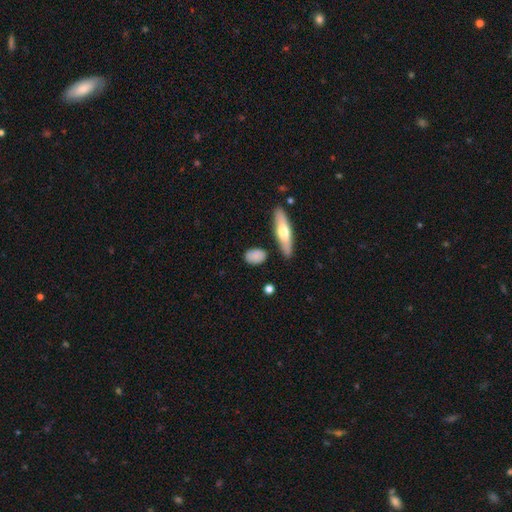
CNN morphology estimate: Smooth or featured? smooth (78%)
How rounded? in between (74%)
Merging? none (75%)